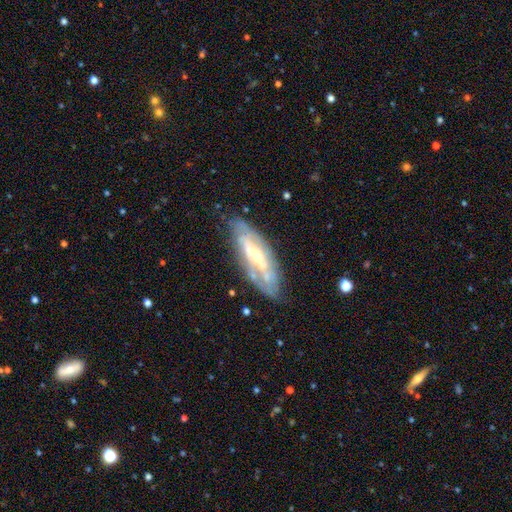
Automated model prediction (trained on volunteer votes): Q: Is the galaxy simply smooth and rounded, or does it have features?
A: featured or disk — 72%.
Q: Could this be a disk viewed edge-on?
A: no — 74%.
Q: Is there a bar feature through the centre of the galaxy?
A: weak — 34%.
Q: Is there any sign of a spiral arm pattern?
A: yes — 64%.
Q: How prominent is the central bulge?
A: moderate — 48%.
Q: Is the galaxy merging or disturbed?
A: none — 69%.